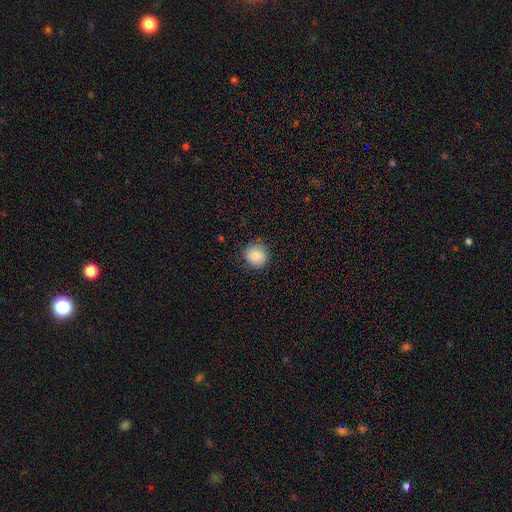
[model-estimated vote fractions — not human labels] smooth-or-featured: smooth: 82% | featured or disk: 9% | star or artifact: 9%
  how-rounded: round: 92% | in between: 7% | cigar-shaped: 1%
  merging: none: 85% | minor disturbance: 11% | major disturbance: 3% | merger: 1%